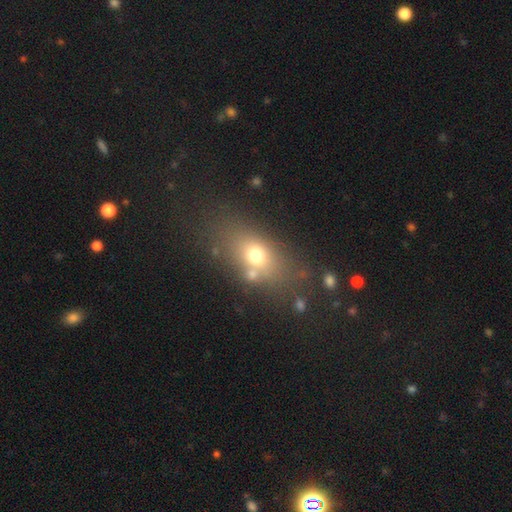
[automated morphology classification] Smooth or featured: smooth — 67% (featured or disk — 18%)
How rounded: in between — 66% (round — 29%)
Merging: none — 65% (minor disturbance — 14%)